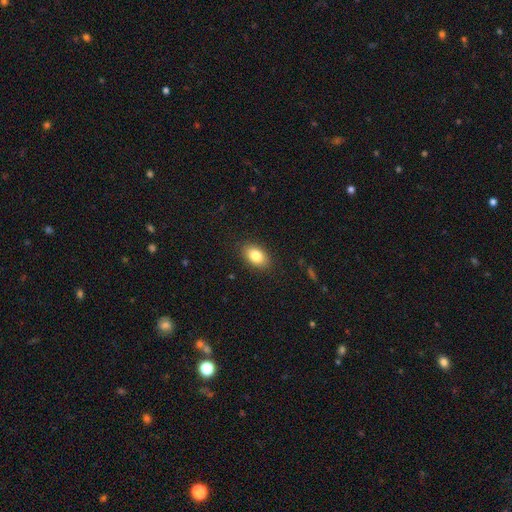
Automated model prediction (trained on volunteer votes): Smooth or featured? Predicted: smooth (p=0.84). How rounded? Predicted: in between (p=0.90). Merging? Predicted: none (p=0.88).